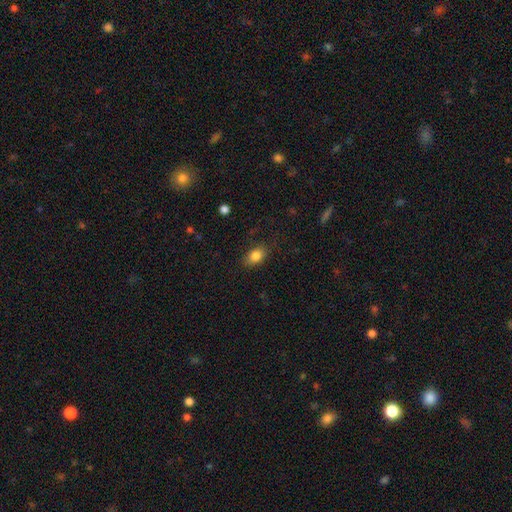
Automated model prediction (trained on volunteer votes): This is clearly a smooth galaxy (84%). How rounded: clearly in between (83%). Merging: clearly none (81%).